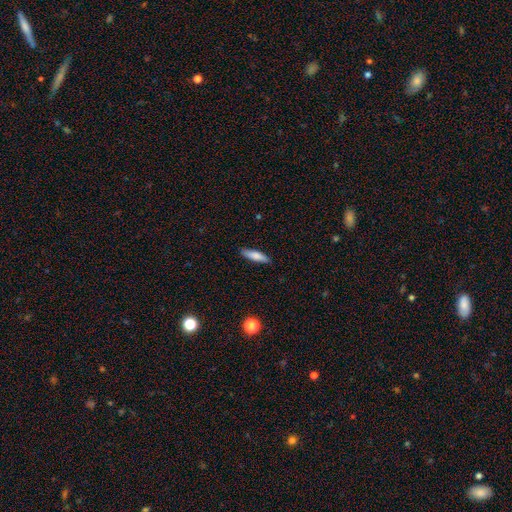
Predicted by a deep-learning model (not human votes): Overall: smooth (79%). How rounded: cigar-shaped (70%). Merging: none (88%).